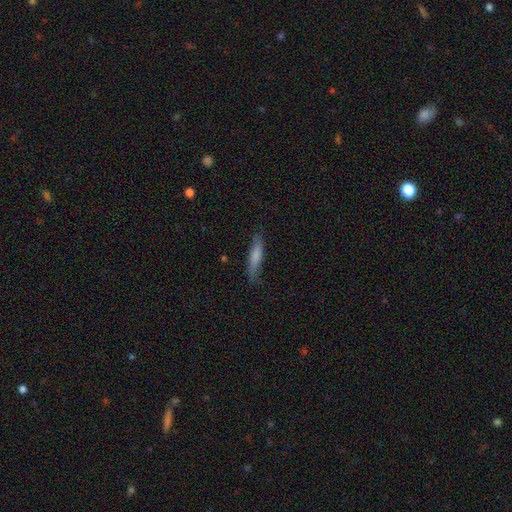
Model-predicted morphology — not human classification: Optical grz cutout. It shows a smooth galaxy with no disk features (76%) that is cigar-shaped (83%). Merging: none (77%).